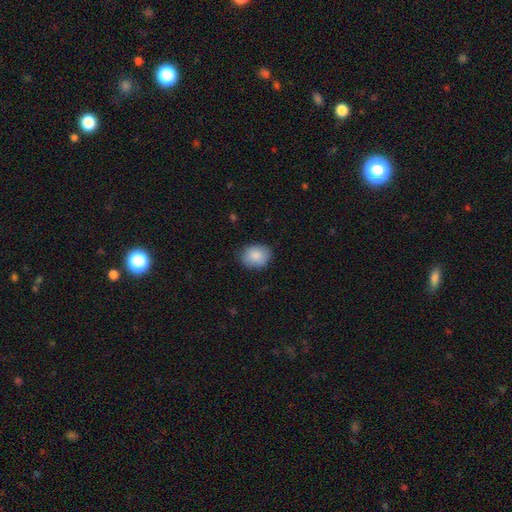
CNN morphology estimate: Smooth or featured? smooth (87%)
How rounded? in between (53%)
Merging? none (83%)